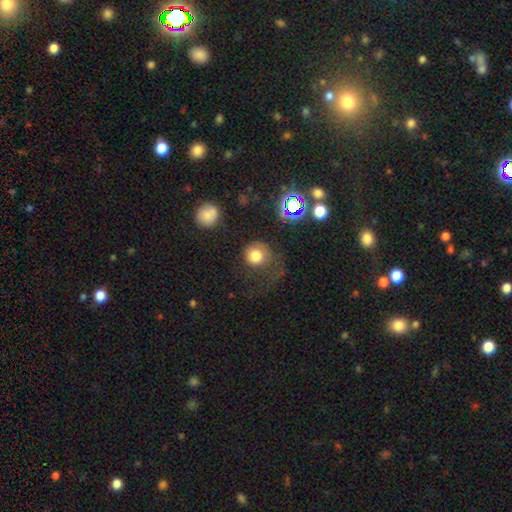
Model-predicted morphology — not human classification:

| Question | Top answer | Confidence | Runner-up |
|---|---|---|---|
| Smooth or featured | smooth | 74% | featured or disk (13%) |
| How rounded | round | 87% | in between (12%) |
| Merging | none | 45% | major disturbance (33%) |